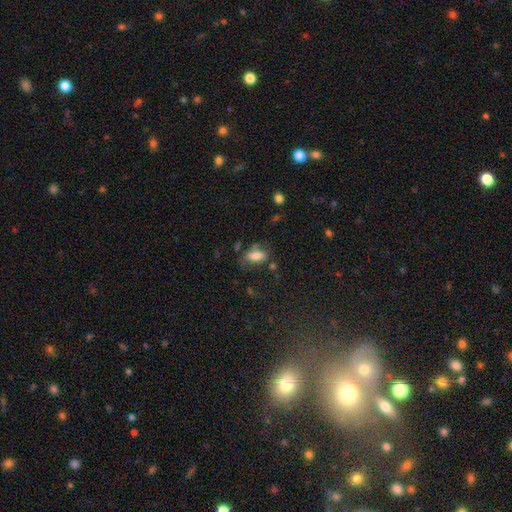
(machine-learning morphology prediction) Smooth or featured: smooth — 72% (featured or disk — 18%)
How rounded: in between — 87% (cigar-shaped — 7%)
Merging: none — 52% (minor disturbance — 26%)